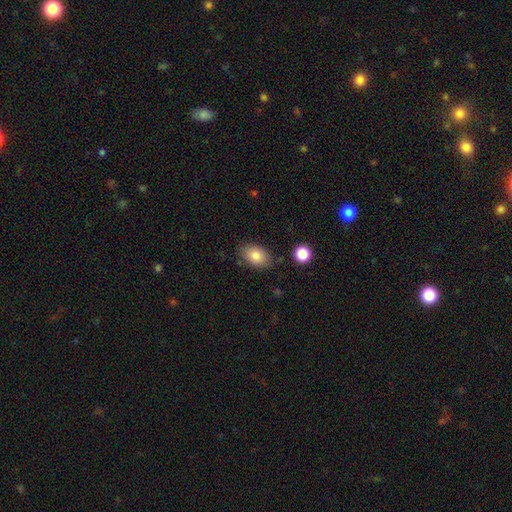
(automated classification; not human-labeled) Smooth or featured? Predicted: smooth (p=0.82). How rounded? Predicted: in between (p=0.87). Merging? Predicted: none (p=0.80).